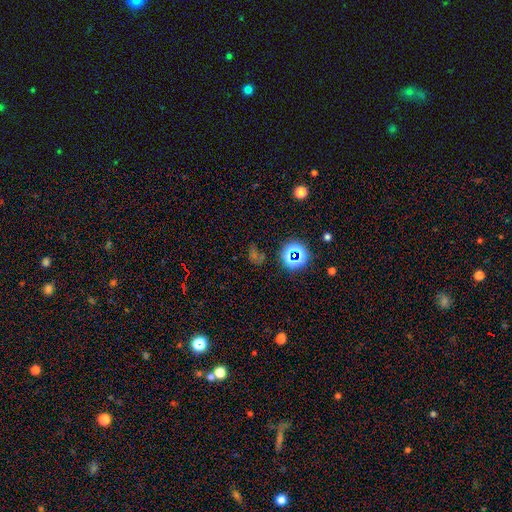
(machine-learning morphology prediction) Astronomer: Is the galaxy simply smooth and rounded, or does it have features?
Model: star or artifact — 58%.